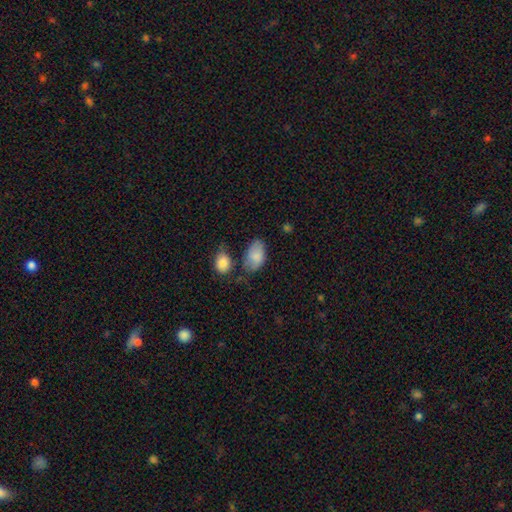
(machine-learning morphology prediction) Smooth or featured?
  - smooth: 83% *
  - featured or disk: 10%
  - star or artifact: 7%
How rounded?
  - in between: 91% *
  - round: 7%
  - cigar-shaped: 1%
Merging?
  - none: 50% *
  - minor disturbance: 29%
  - merger: 12%
  - major disturbance: 9%